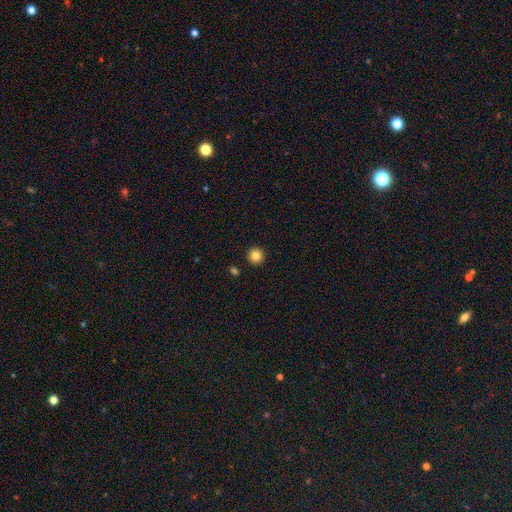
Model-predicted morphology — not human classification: A smooth galaxy with no disk features (84%) that is round (96%). Merging: none (93%).